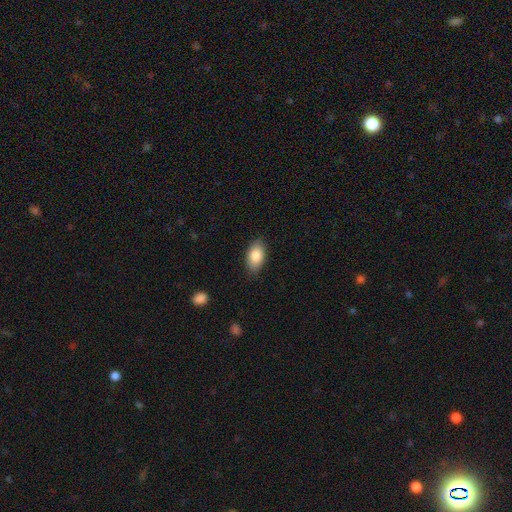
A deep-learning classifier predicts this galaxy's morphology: smooth_or_featured: smooth (p=0.85) [alt: featured or disk p=0.09]
how_rounded: in between (p=0.92) [alt: round p=0.05]
merging: none (p=0.84) [alt: minor disturbance p=0.12]